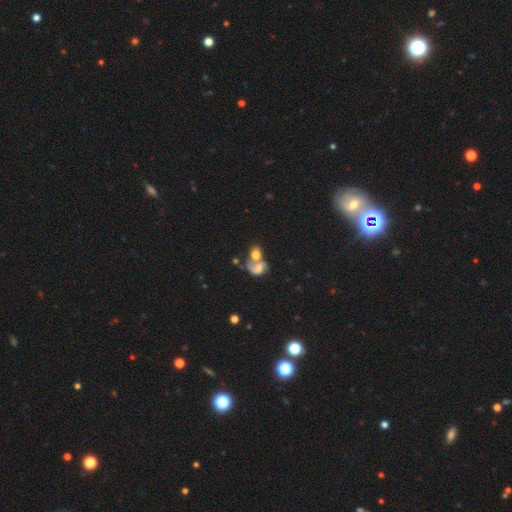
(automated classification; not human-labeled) A smooth galaxy with no disk features (54%) that is in between round and cigar-shaped (55%). Merging: merger (69%).